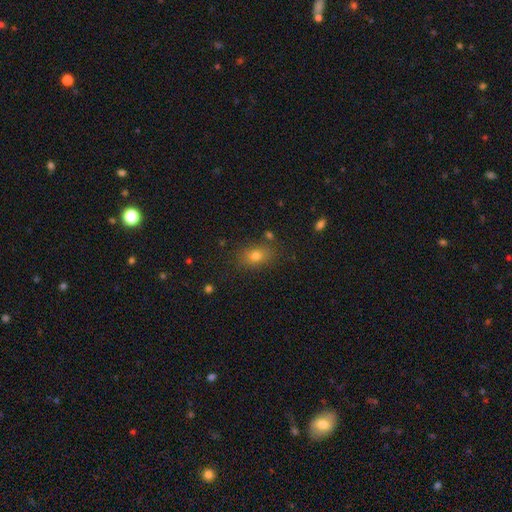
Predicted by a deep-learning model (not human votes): smooth 74%, star or artifact 16%, featured or disk 11%. Down the decision tree: how rounded — in between (67%); merging — none (81%).